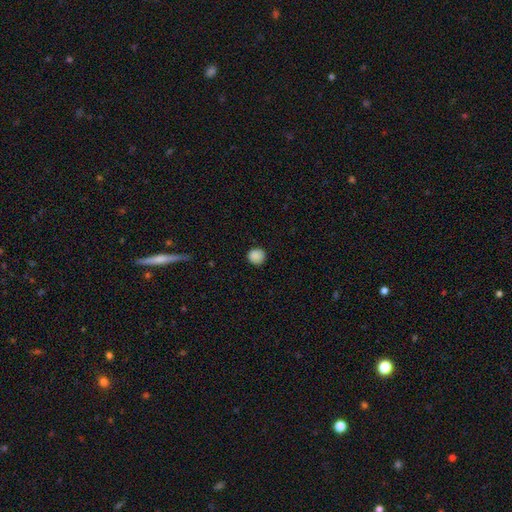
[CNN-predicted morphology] type=smooth (88%); roundness=round (92%); merging=none (89%).